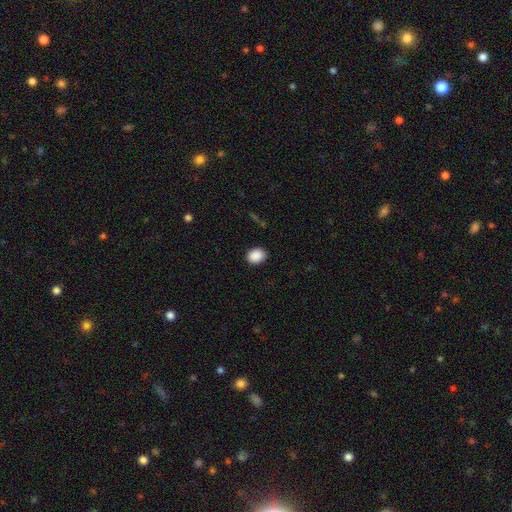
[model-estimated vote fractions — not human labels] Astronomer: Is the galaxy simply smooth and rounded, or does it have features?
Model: smooth — 90%.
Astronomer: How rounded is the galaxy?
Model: in between — 60% (runner-up: round, 39%).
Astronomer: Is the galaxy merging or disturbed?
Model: none — 88%.